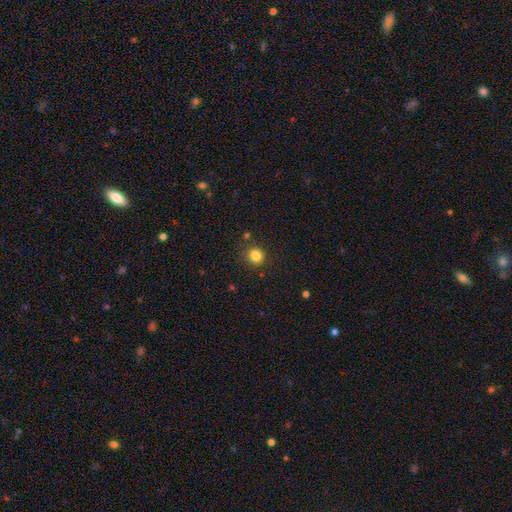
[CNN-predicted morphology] A smooth galaxy with no disk features (83%) that is round (92%). Merging: none (85%).